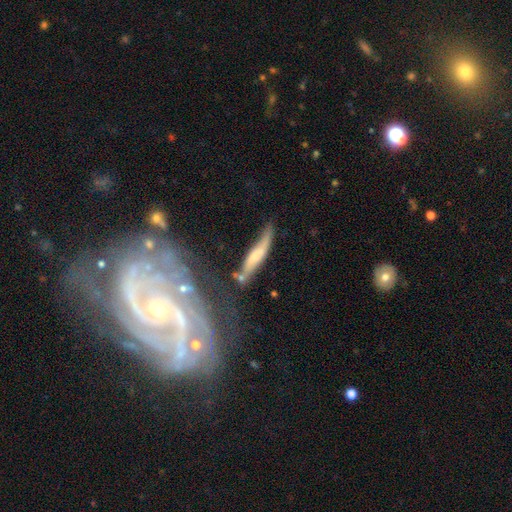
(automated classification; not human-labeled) This is possibly a smooth galaxy (47%). Merging: possibly none (53%).